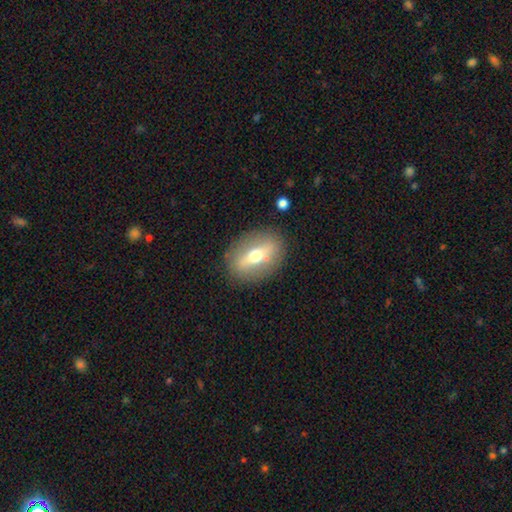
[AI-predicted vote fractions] Smooth or featured? featured or disk (54%)
Edge-on disk? no (56%)
Merging? none (84%)